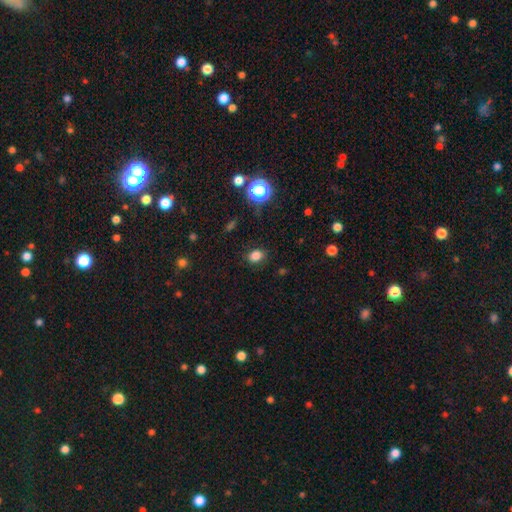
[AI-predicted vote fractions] The model was most divided on "how rounded": in between: 64%, round: 35%, cigar-shaped: 1%. More confident: merging — none (82%); smooth or featured — smooth (81%).